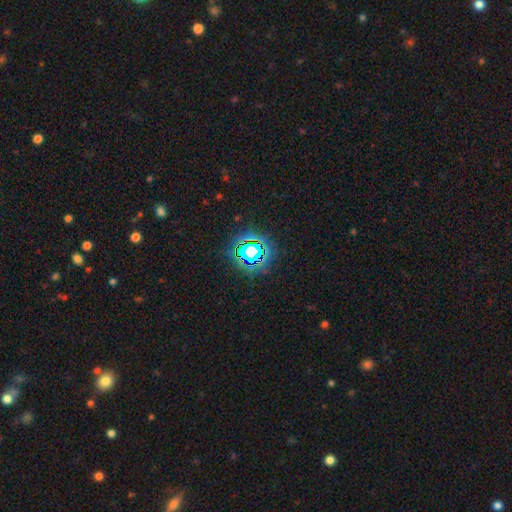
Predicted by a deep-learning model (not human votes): This is likely a star or artifact rather than a galaxy (78%).